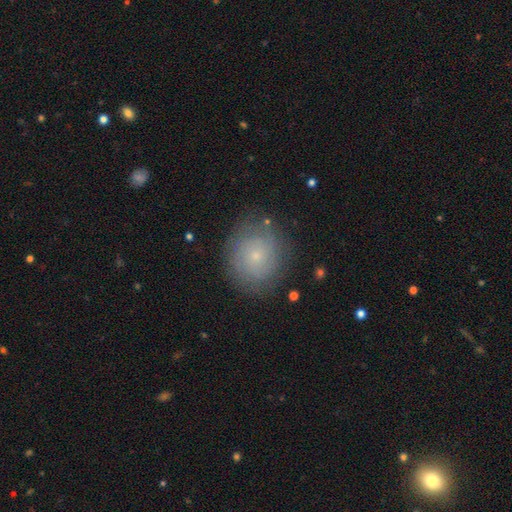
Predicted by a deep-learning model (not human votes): This appears to be a smooth galaxy with no disk features (55%) that is round (81%). Merging: none (81%).